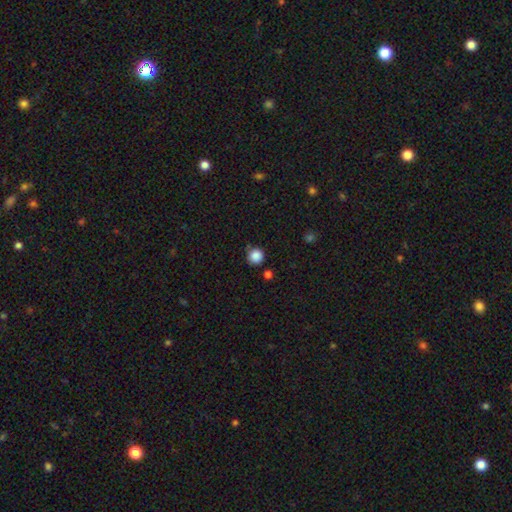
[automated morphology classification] smooth_or_featured: smooth (p=0.86) [alt: star or artifact p=0.10]
how_rounded: round (p=0.95) [alt: in between p=0.04]
merging: none (p=0.82) [alt: minor disturbance p=0.11]